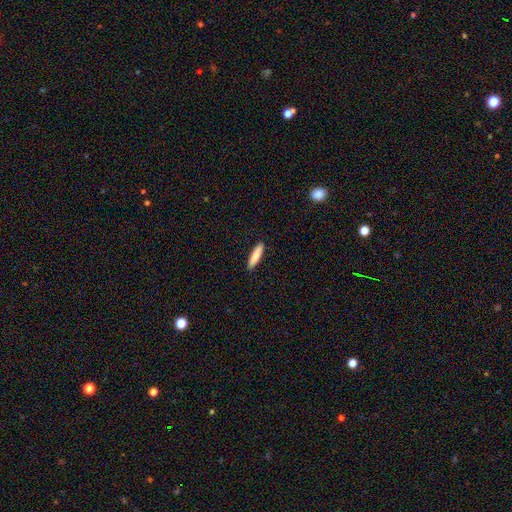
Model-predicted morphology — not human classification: Q: Smooth or featured?
A: smooth (84%); runner-up: featured or disk (11%)
Q: How rounded?
A: cigar-shaped (81%); runner-up: in between (17%)
Q: Merging?
A: none (90%); runner-up: minor disturbance (8%)